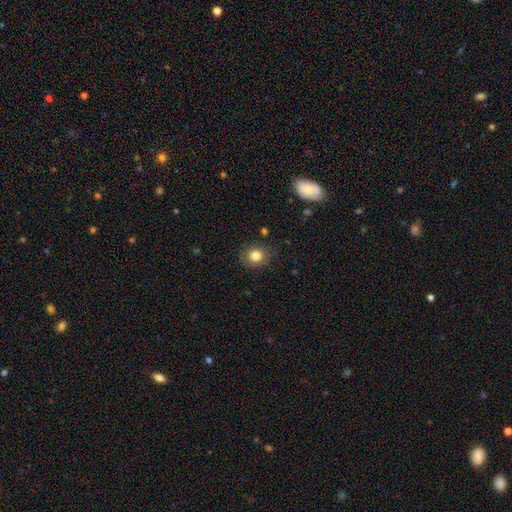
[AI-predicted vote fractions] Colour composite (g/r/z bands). It shows a smooth galaxy with no disk features (82%) that is round (70%). Merging: none (82%).